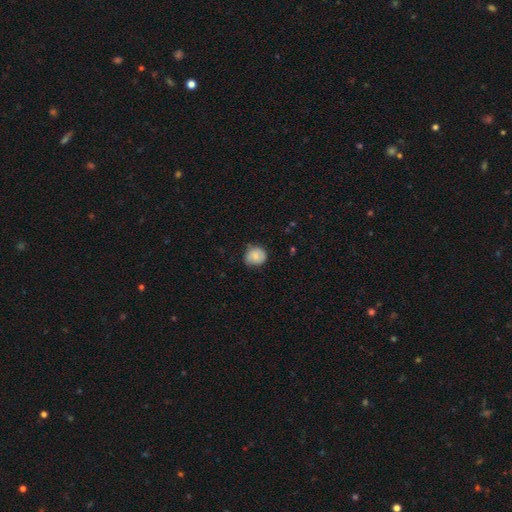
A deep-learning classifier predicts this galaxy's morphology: Smooth or featured? smooth (76%)
How rounded? round (79%)
Merging? none (69%)